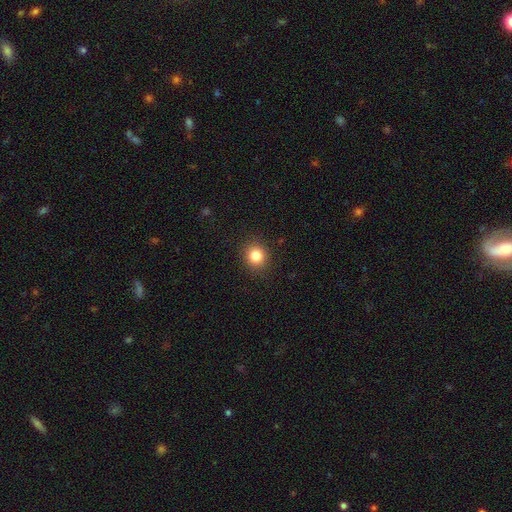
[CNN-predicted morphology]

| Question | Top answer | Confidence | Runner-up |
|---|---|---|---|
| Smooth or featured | smooth | 83% | star or artifact (11%) |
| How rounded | round | 84% | in between (15%) |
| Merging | none | 90% | minor disturbance (6%) |